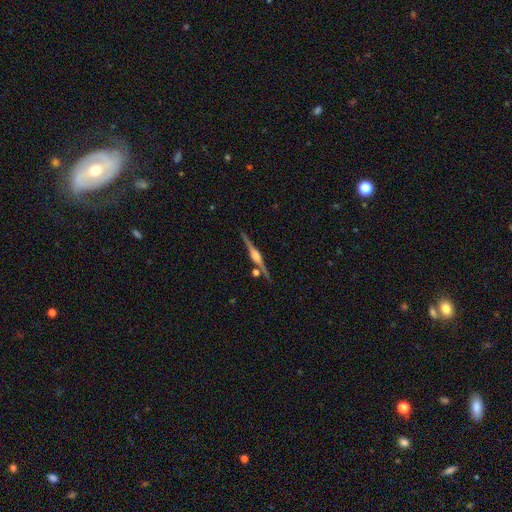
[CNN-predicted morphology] type=featured or disk (87%); edge-on=yes (98%); edge-on bulge=rounded (84%); merging=none (85%).